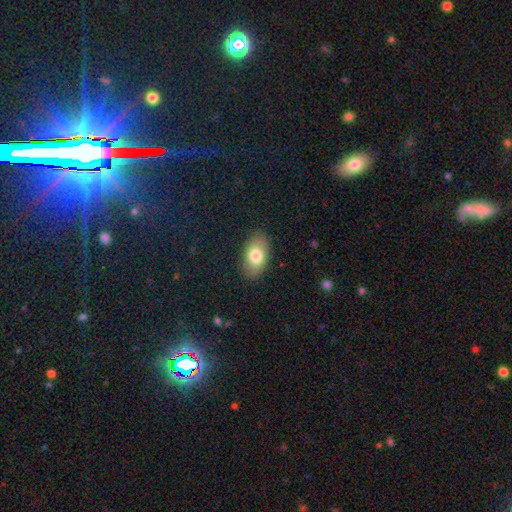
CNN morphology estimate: This appears to be a smooth galaxy with no disk features (78%) that is in between round and cigar-shaped (92%). Merging: none (86%).